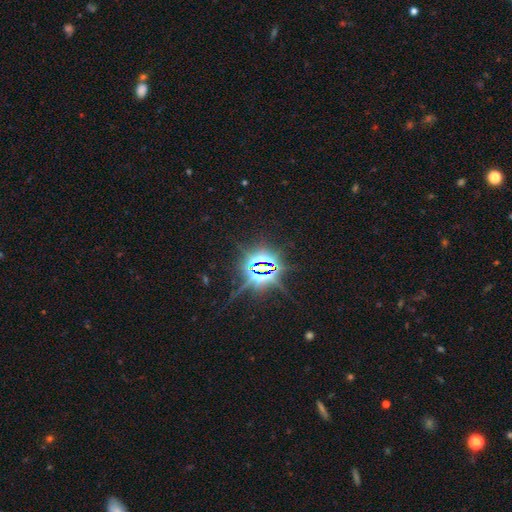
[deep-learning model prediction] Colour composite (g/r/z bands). It shows a star or artifact, not a galaxy (86%).